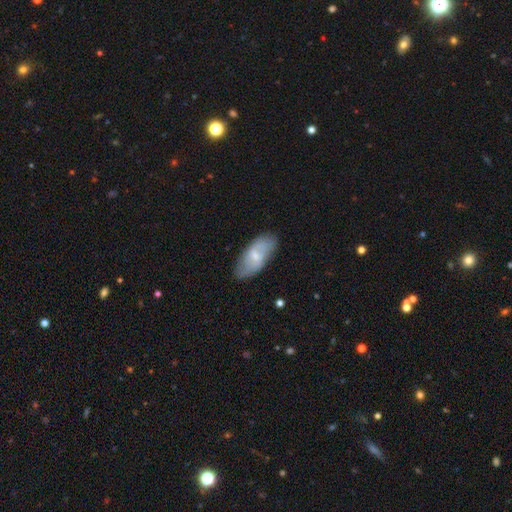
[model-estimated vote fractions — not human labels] smooth_or_featured: smooth (p=0.50) [alt: featured or disk p=0.44]
merging: none (p=0.76) [alt: minor disturbance p=0.18]